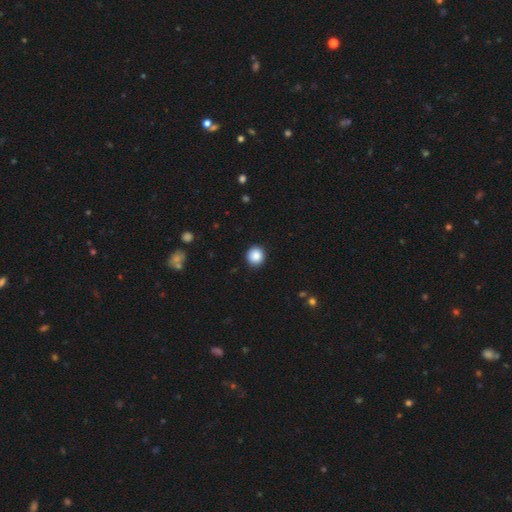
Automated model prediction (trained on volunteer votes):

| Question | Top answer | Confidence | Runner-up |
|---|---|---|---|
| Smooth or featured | smooth | 88% | star or artifact (9%) |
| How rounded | round | 90% | in between (9%) |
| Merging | none | 91% | minor disturbance (6%) |